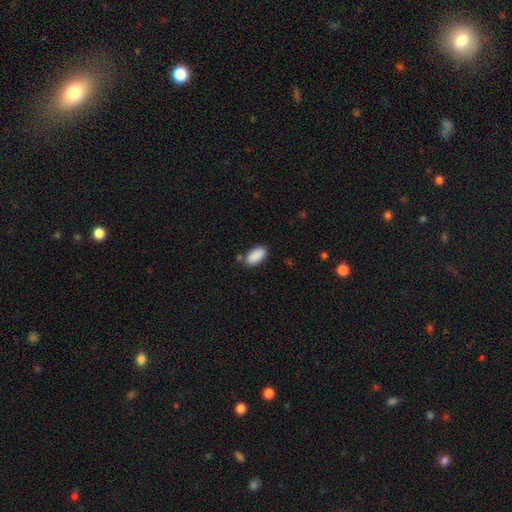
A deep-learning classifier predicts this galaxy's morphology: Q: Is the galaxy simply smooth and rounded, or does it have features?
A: smooth — 90%.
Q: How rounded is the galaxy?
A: in between — 93%.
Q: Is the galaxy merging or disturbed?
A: none — 80%.